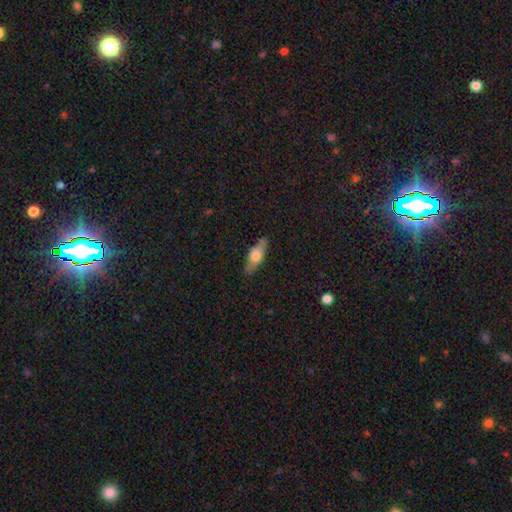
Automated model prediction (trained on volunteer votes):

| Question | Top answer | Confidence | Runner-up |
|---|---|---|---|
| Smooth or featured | smooth | 56% | featured or disk (38%) |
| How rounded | in between | 57% | cigar-shaped (40%) |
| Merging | none | 84% | minor disturbance (12%) |